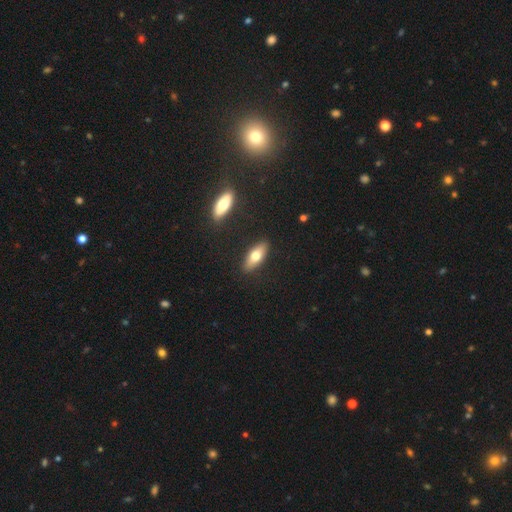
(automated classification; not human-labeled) smooth_or_featured: smooth (p=0.67) [alt: featured or disk p=0.27]
how_rounded: in between (p=0.70) [alt: cigar-shaped p=0.27]
merging: none (p=0.88) [alt: minor disturbance p=0.08]